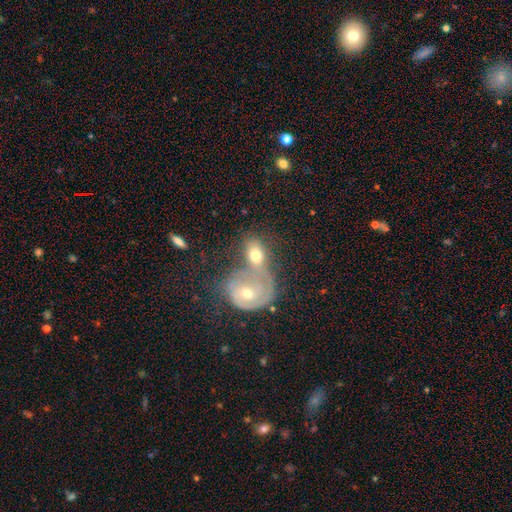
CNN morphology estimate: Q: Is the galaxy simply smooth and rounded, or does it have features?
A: smooth — 47%.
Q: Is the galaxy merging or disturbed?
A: merger — 55%.